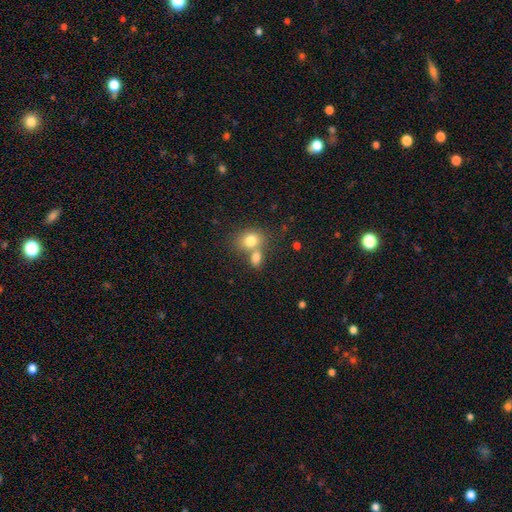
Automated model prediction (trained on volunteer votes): This is likely a smooth galaxy (74%). How rounded: possibly round (56%). Merging: possibly none (45%).